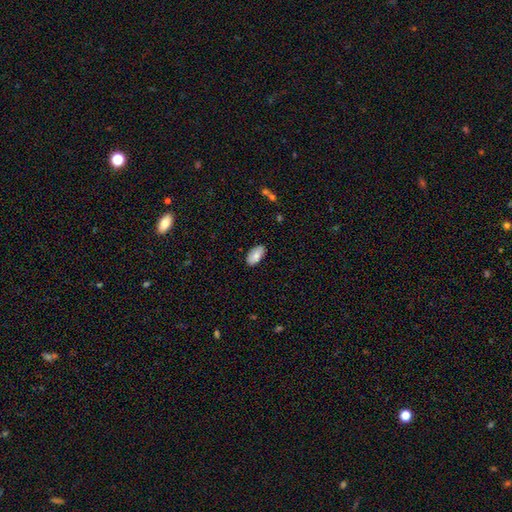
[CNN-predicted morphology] type=smooth (82%); roundness=in between (95%); merging=none (86%).